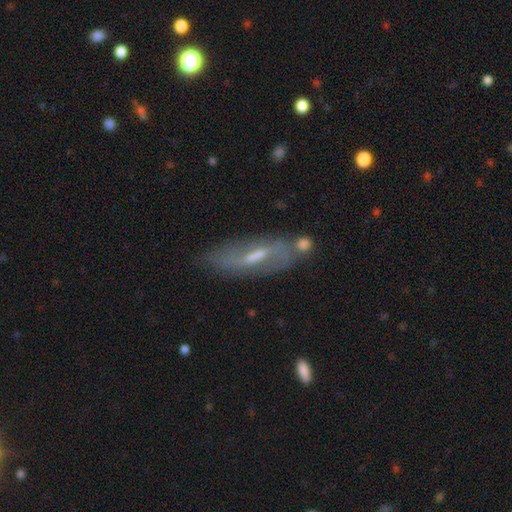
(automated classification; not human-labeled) Smooth or featured? Predicted: featured or disk (p=0.60). Edge-on disk? Predicted: no (p=0.72). Merging? Predicted: none (p=0.63).